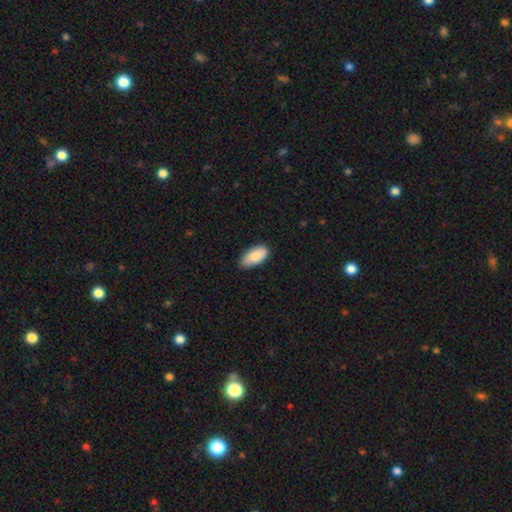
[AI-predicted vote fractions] Smooth or featured?
  - smooth: 86% *
  - featured or disk: 8%
  - star or artifact: 6%
How rounded?
  - in between: 92% *
  - cigar-shaped: 5%
  - round: 2%
Merging?
  - none: 78% *
  - minor disturbance: 19%
  - major disturbance: 2%
  - merger: 1%